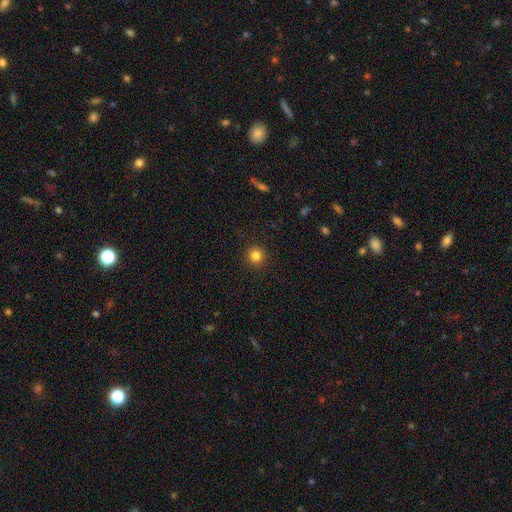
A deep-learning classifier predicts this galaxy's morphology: type=smooth (83%); roundness=round (94%); merging=none (92%).